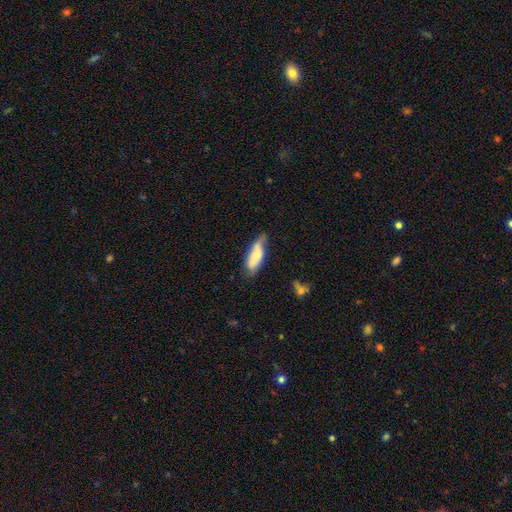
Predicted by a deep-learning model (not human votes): Smooth or featured? smooth (62%)
How rounded? in between (69%)
Merging? none (53%)